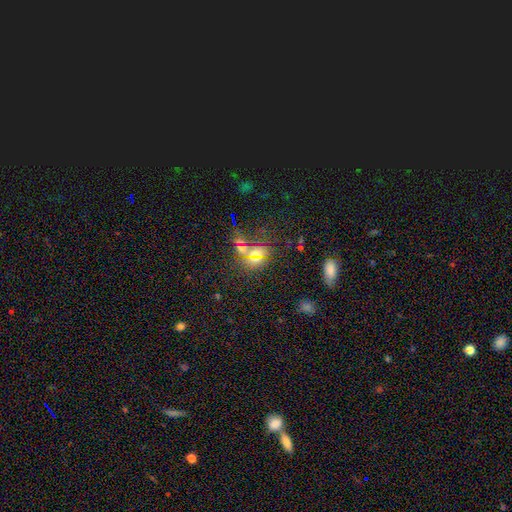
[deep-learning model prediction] This appears to be a star or artifact, not a galaxy (54%).